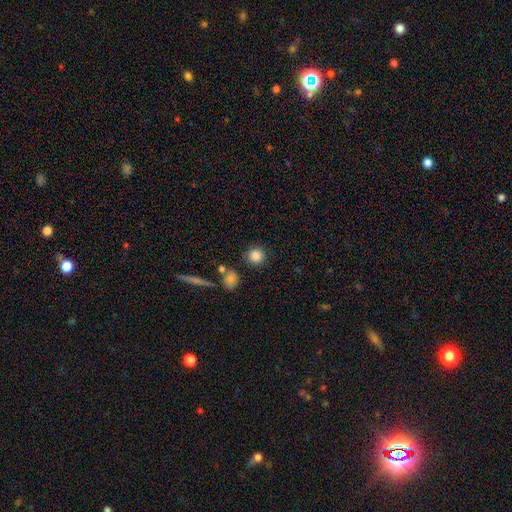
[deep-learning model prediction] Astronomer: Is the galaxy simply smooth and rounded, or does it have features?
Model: smooth — 85%.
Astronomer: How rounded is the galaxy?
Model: round — 91%.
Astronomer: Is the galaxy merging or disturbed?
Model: none — 83%.